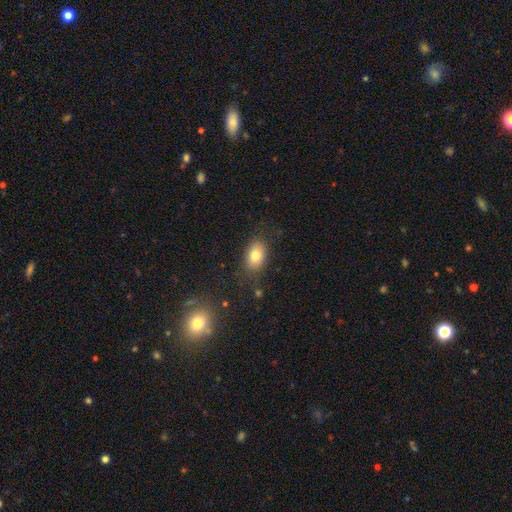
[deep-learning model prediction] smooth-or-featured: smooth: 78% | featured or disk: 12% | star or artifact: 10%
  how-rounded: in between: 83% | round: 15% | cigar-shaped: 2%
  merging: none: 80% | minor disturbance: 14% | major disturbance: 4% | merger: 2%